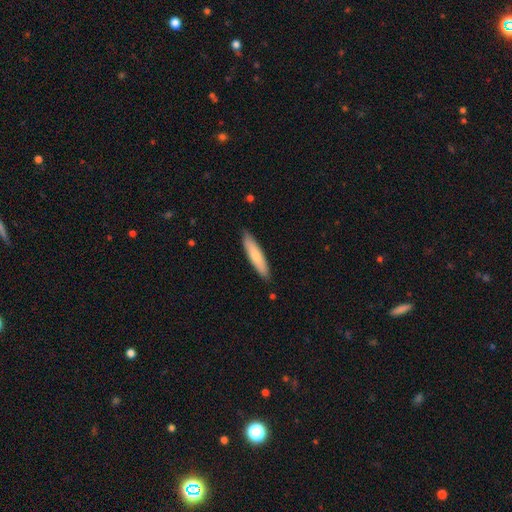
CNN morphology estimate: This is likely a smooth galaxy (74%). How rounded: clearly cigar-shaped (83%). Merging: clearly none (87%).